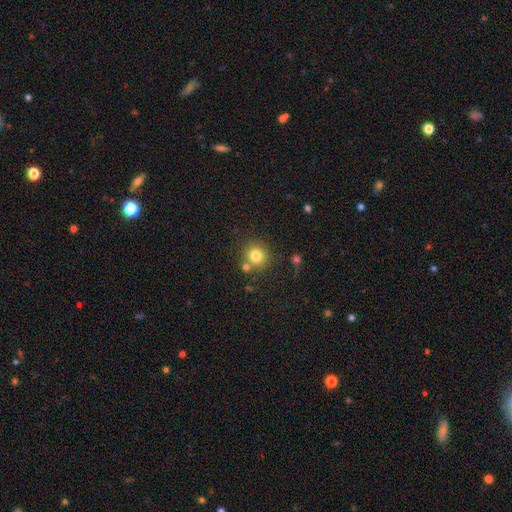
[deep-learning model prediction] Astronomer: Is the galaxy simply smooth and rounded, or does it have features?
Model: smooth — 79%.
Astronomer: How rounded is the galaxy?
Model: round — 91%.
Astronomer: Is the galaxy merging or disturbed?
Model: none — 76%.